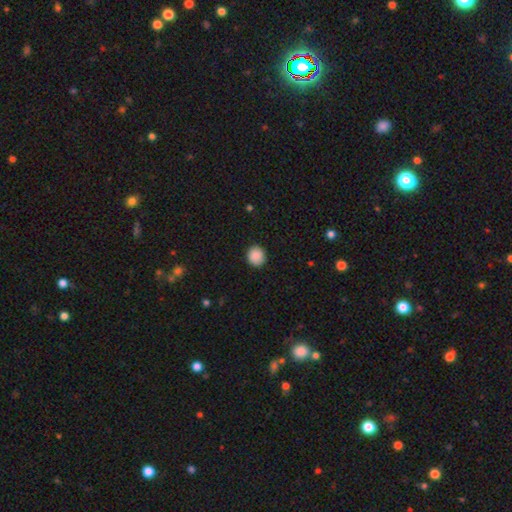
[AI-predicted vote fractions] Smooth or featured?
  - smooth: 89% *
  - star or artifact: 8%
  - featured or disk: 3%
How rounded?
  - round: 85% *
  - in between: 15%
  - cigar-shaped: 1%
Merging?
  - none: 90% *
  - minor disturbance: 7%
  - major disturbance: 2%
  - merger: 1%